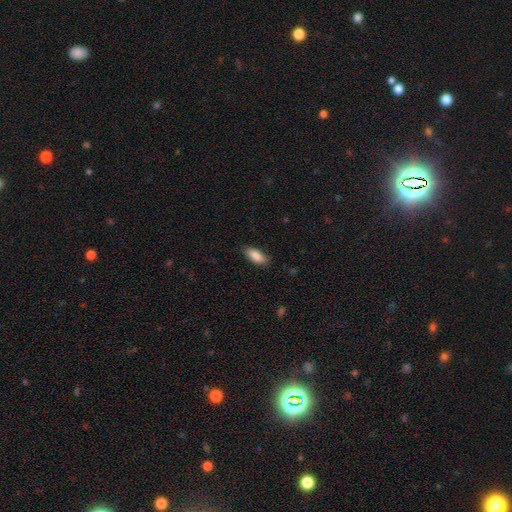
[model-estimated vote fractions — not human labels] Q: Smooth or featured?
A: smooth (86%); runner-up: featured or disk (8%)
Q: How rounded?
A: in between (82%); runner-up: cigar-shaped (16%)
Q: Merging?
A: none (83%); runner-up: minor disturbance (13%)